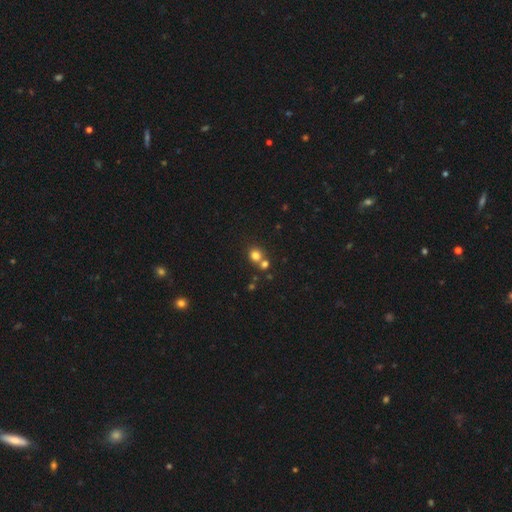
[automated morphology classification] Q: Smooth or featured?
A: smooth (78%); runner-up: star or artifact (15%)
Q: How rounded?
A: round (87%); runner-up: in between (13%)
Q: Merging?
A: none (58%); runner-up: merger (33%)